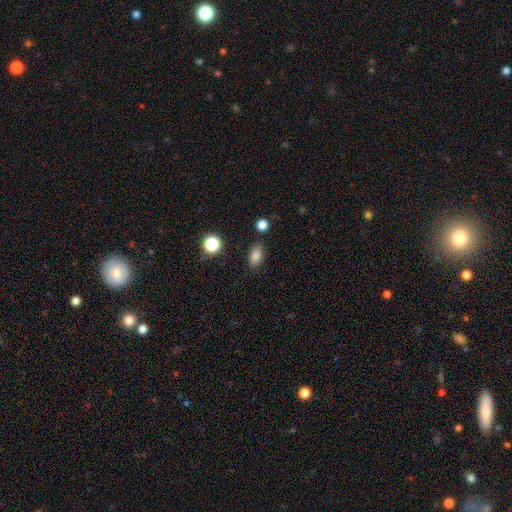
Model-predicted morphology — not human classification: Smooth or featured: smooth — 84% (star or artifact — 11%)
How rounded: in between — 85% (round — 12%)
Merging: none — 84% (minor disturbance — 11%)